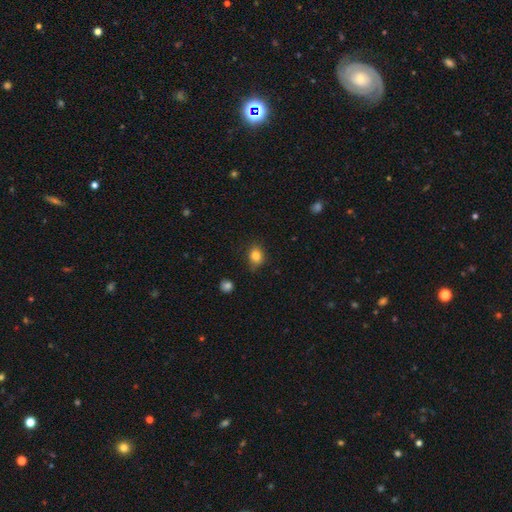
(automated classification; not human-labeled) Overall: smooth (83%). How rounded: in between (51%; round 48%). Merging: none (78%).